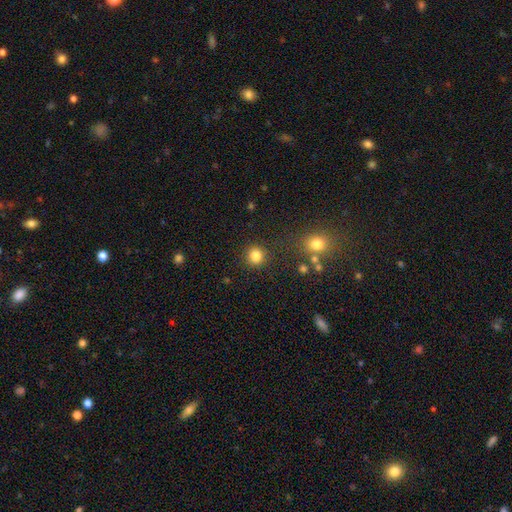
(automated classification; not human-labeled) smooth 84%, star or artifact 11%, featured or disk 4%. Down the decision tree: how rounded — round (89%); merging — none (88%).